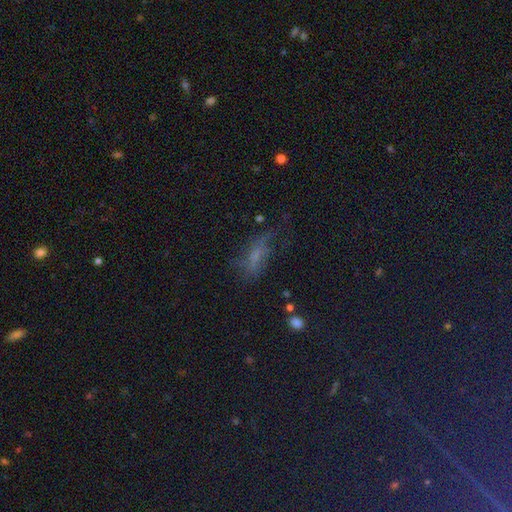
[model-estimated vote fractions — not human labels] A smooth galaxy with no disk features (47%).

Vote fractions:
- Smooth or featured? smooth: 47% / featured or disk: 28% / star or artifact: 25%
- Merging? none: 43% / major disturbance: 27% / minor disturbance: 26% / merger: 4%